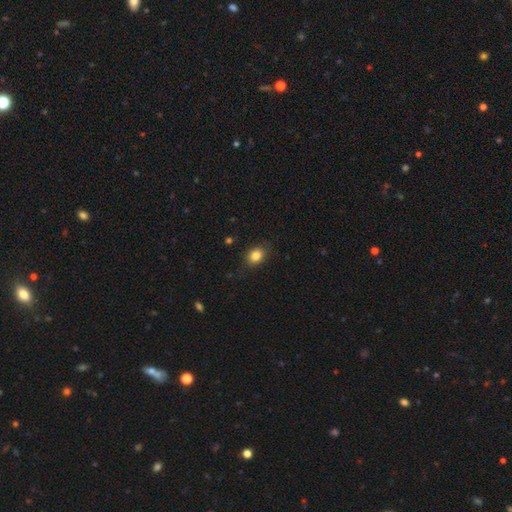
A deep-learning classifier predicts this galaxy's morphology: smooth_or_featured: smooth (p=0.85) [alt: star or artifact p=0.10]
how_rounded: in between (p=0.54) [alt: round p=0.45]
merging: none (p=0.82) [alt: minor disturbance p=0.13]